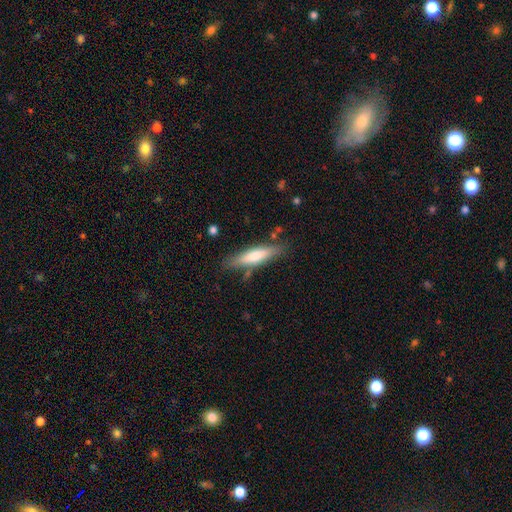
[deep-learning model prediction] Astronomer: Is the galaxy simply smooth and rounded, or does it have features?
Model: smooth — 64%.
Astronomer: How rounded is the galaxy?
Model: cigar-shaped — 76%.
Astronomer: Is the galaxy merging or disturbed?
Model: none — 79%.